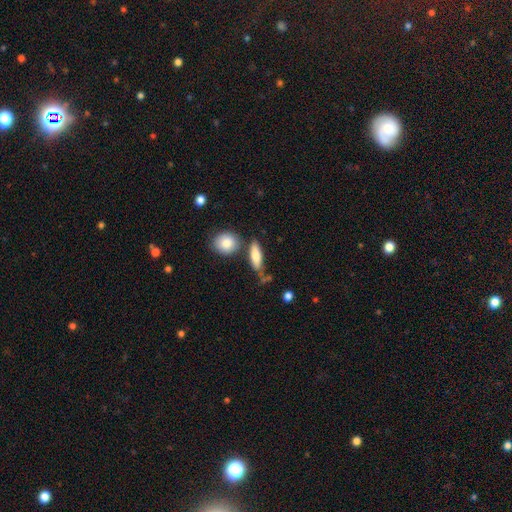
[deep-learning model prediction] This appears to be a smooth galaxy with no disk features (76%) that is in between round and cigar-shaped (54%). Merging: none (62%).